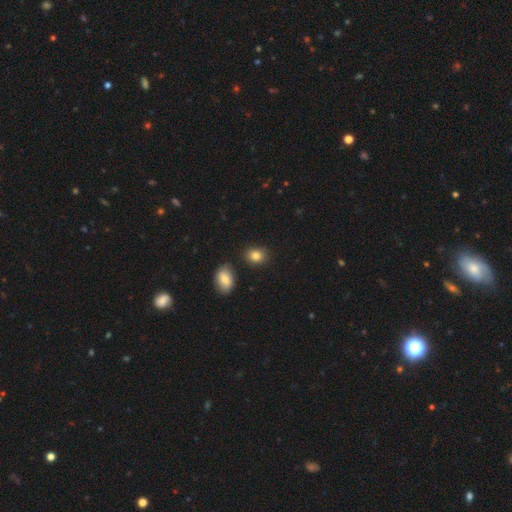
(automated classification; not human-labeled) A smooth galaxy with no disk features (84%) that is round (52%).

Vote fractions:
- Smooth or featured? smooth: 84% / star or artifact: 10% / featured or disk: 6%
- How rounded? round: 52% / in between: 47% / cigar-shaped: 1%
- Merging? none: 83% / minor disturbance: 10% / merger: 5% / major disturbance: 2%